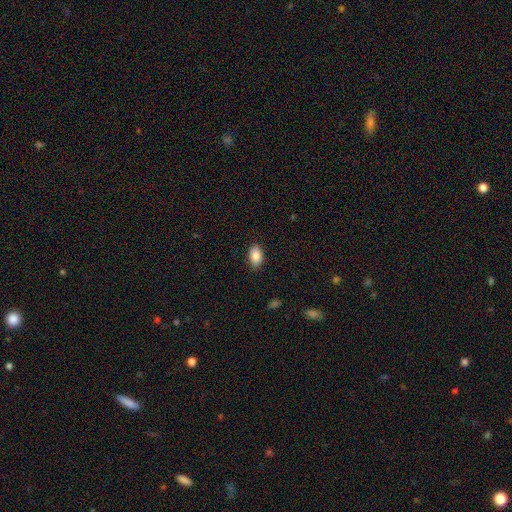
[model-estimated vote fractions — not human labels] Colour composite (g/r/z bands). It shows a smooth galaxy with no disk features (87%) that is in between round and cigar-shaped (91%). Merging: none (87%).